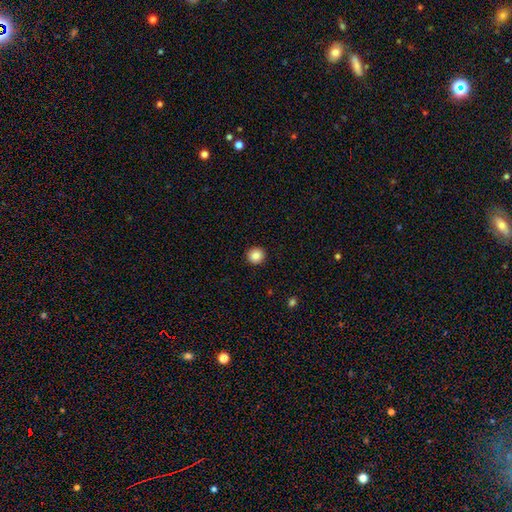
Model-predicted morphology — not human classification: Q: Smooth or featured?
A: smooth (86%); runner-up: star or artifact (10%)
Q: How rounded?
A: round (95%); runner-up: in between (4%)
Q: Merging?
A: none (93%); runner-up: minor disturbance (4%)